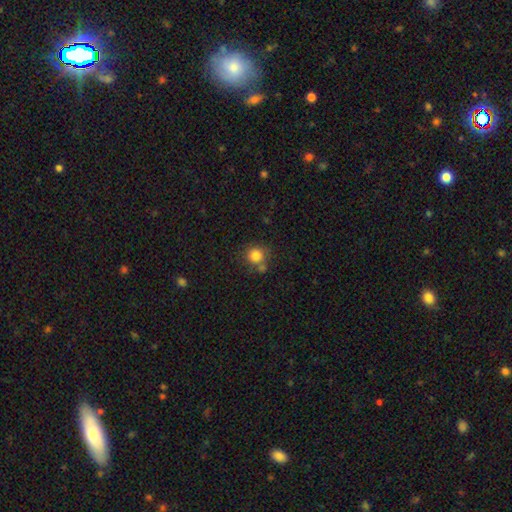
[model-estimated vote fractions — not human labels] Smooth or featured? Predicted: smooth (p=0.82). How rounded? Predicted: round (p=0.90). Merging? Predicted: none (p=0.65).